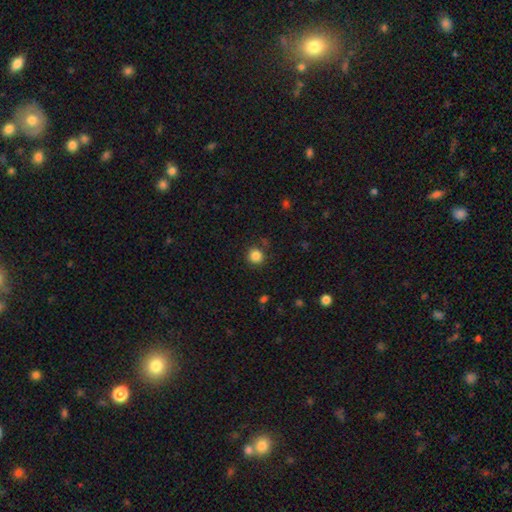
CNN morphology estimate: Q: Smooth or featured?
A: smooth (85%); runner-up: star or artifact (11%)
Q: How rounded?
A: round (92%); runner-up: in between (7%)
Q: Merging?
A: none (87%); runner-up: minor disturbance (8%)